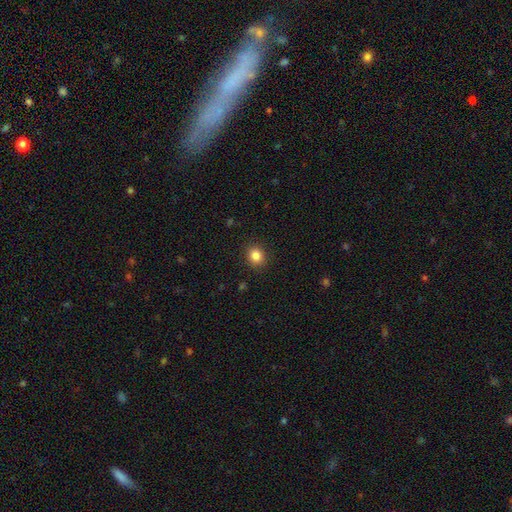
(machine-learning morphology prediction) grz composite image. It shows a smooth galaxy with no disk features (85%) that is round (76%). Merging: none (90%).